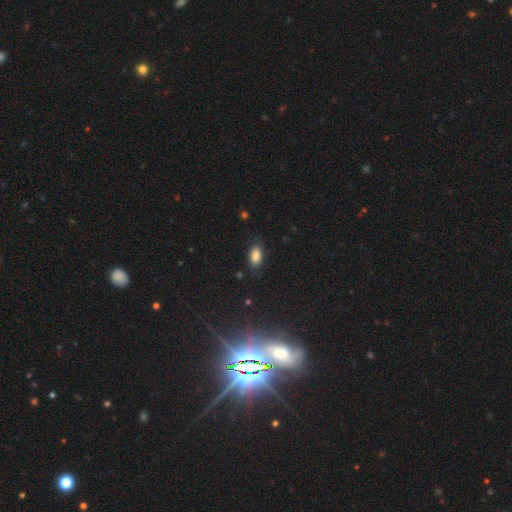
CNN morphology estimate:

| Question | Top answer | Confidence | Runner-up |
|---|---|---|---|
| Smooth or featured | smooth | 85% | star or artifact (9%) |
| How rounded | in between | 91% | cigar-shaped (5%) |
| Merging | none | 83% | minor disturbance (13%) |